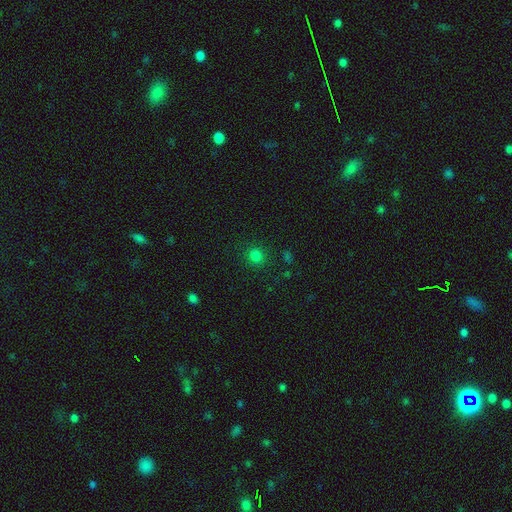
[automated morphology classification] A smooth galaxy with no disk features (80%) that is round (87%).

Vote fractions:
- Smooth or featured? smooth: 80% / star or artifact: 16% / featured or disk: 4%
- How rounded? round: 87% / in between: 12% / cigar-shaped: 1%
- Merging? none: 88% / minor disturbance: 8% / major disturbance: 3% / merger: 2%